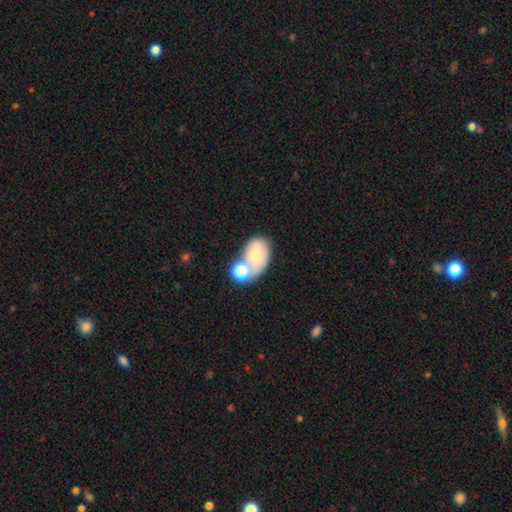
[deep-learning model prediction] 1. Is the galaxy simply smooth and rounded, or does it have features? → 66% smooth, 22% featured or disk, 12% star or artifact.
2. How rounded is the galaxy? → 82% in between, 17% round, 1% cigar-shaped.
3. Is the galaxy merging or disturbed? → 36% none, 33% merger, 19% minor disturbance, 12% major disturbance.